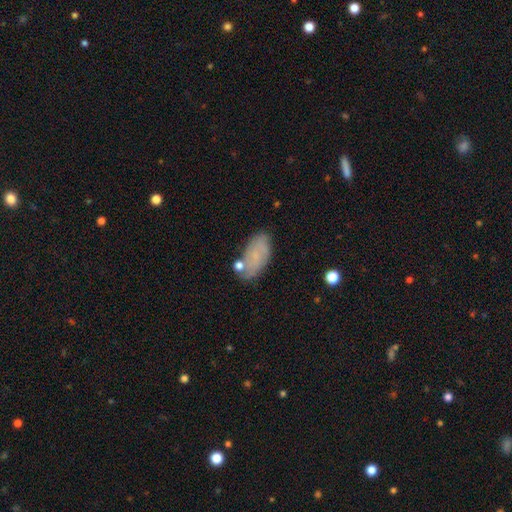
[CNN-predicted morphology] A smooth galaxy with no disk features (63%) that is in between round and cigar-shaped (91%).

Vote fractions:
- Smooth or featured? smooth: 63% / featured or disk: 28% / star or artifact: 10%
- How rounded? in between: 91% / cigar-shaped: 6% / round: 4%
- Merging? none: 66% / minor disturbance: 20% / merger: 8% / major disturbance: 6%